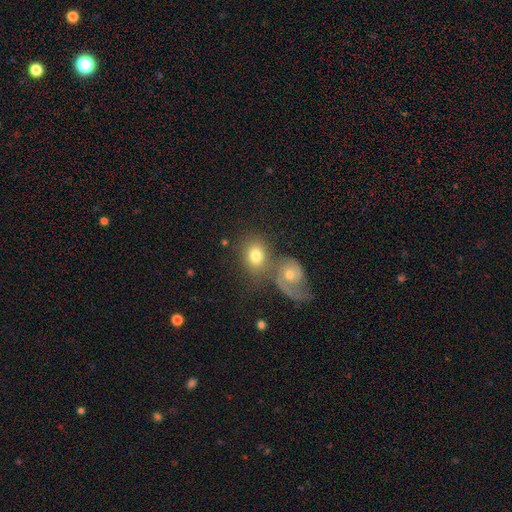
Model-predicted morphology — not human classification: The model was most divided on "how rounded": round: 51%, in between: 48%, cigar-shaped: 1%. Remaining: smooth or featured — smooth (65%); merging — merger (43%).